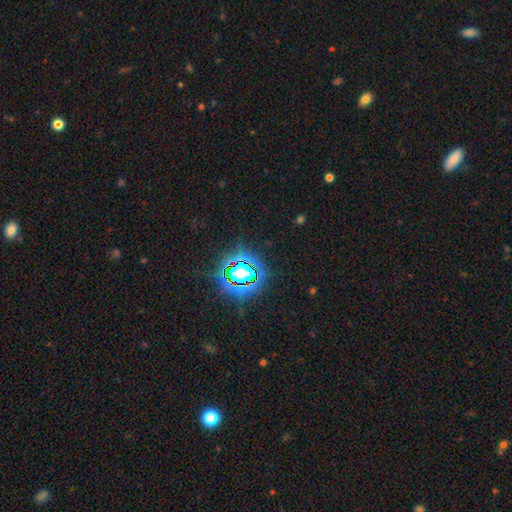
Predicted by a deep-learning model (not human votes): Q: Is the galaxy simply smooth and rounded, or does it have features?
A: star or artifact — 80%.